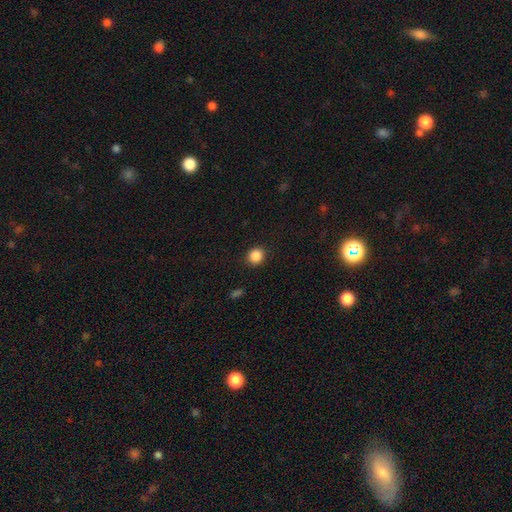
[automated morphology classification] smooth 87%, star or artifact 10%, featured or disk 3%. Down the decision tree: how rounded — round (85%); merging — none (90%).